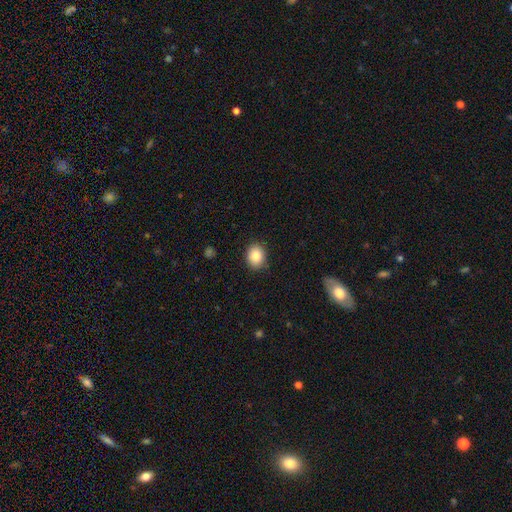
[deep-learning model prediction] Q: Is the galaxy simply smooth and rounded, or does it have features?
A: smooth — 84%.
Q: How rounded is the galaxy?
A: round — 54%.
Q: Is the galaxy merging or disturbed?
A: none — 87%.